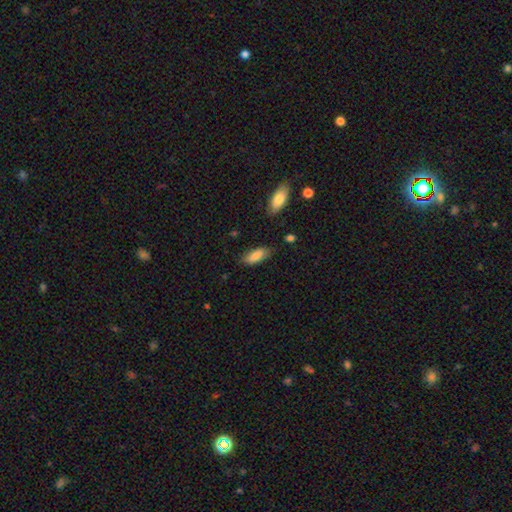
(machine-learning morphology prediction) smooth 81%, featured or disk 13%, star or artifact 6%. Down the decision tree: how rounded — in between (79%); merging — none (78%).